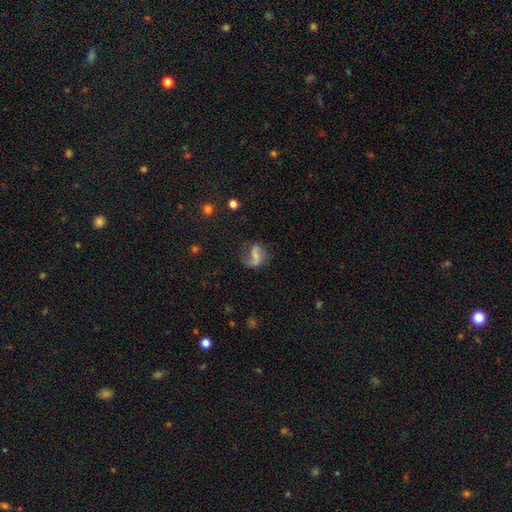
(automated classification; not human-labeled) This is likely a featured or disk galaxy (68%). It is clearly not viewed edge-on (97%). Bar: marginally weak (42%). Spiral arm pattern: clearly yes (88%). Spiral arm count: likely 2 (78%). Spiral winding: likely loose (63%). Central bulge: possibly small (51%). Merging: possibly none (56%).